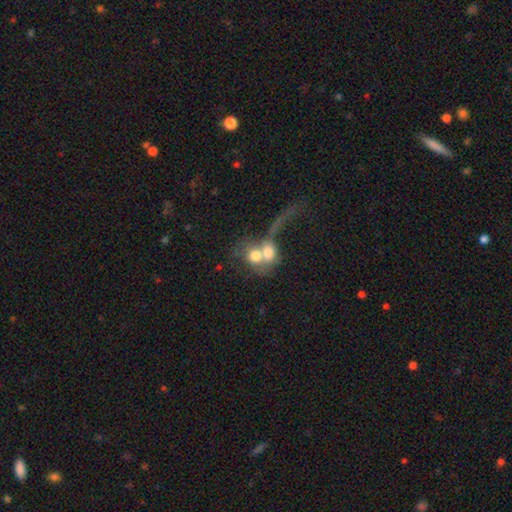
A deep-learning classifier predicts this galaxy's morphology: Q: Smooth or featured?
A: smooth (60%); runner-up: featured or disk (30%)
Q: How rounded?
A: round (62%); runner-up: in between (35%)
Q: Merging?
A: merger (72%); runner-up: major disturbance (13%)